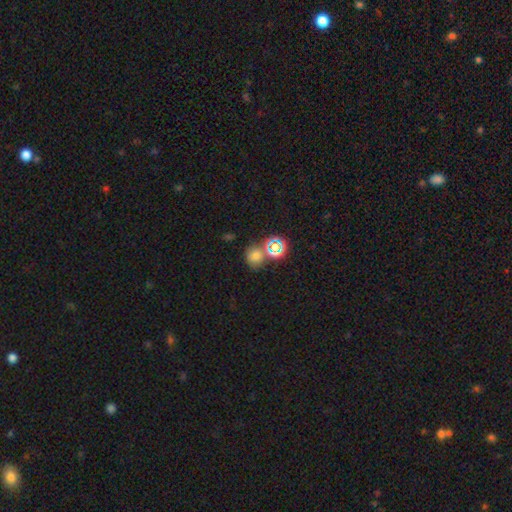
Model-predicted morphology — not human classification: Smooth or featured? Predicted: smooth (p=0.65). How rounded? Predicted: round (p=0.74). Merging? Predicted: none (p=0.60).